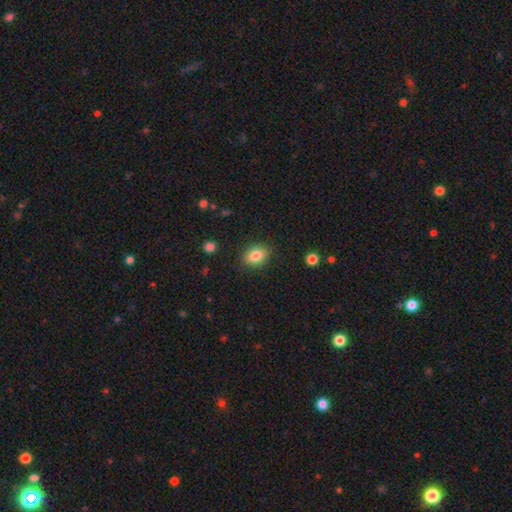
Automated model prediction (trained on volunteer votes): A smooth galaxy with no disk features (84%) that is in between round and cigar-shaped (74%). Merging: none (85%).